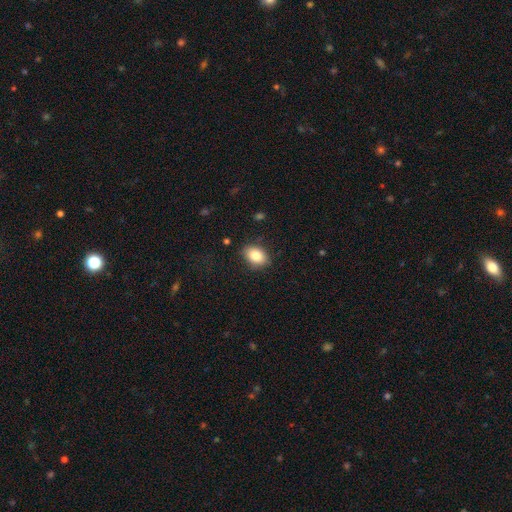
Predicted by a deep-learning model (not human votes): Smooth or featured?
  - smooth: 84% *
  - star or artifact: 8%
  - featured or disk: 8%
How rounded?
  - in between: 78% *
  - round: 20%
  - cigar-shaped: 1%
Merging?
  - none: 85% *
  - minor disturbance: 11%
  - major disturbance: 3%
  - merger: 1%